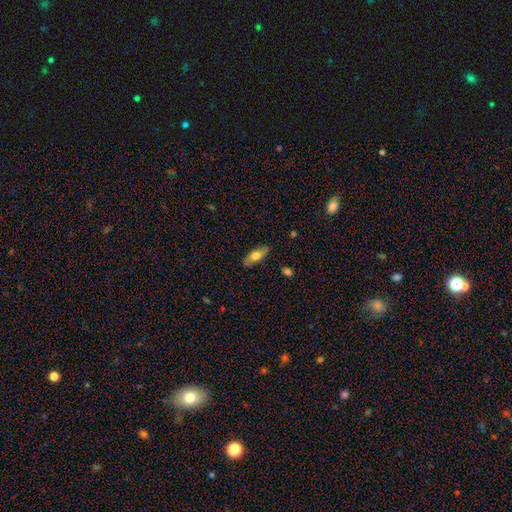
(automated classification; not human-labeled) smooth 59%, featured or disk 34%, star or artifact 6%. Down the decision tree: how rounded — in between (60%); merging — none (83%).